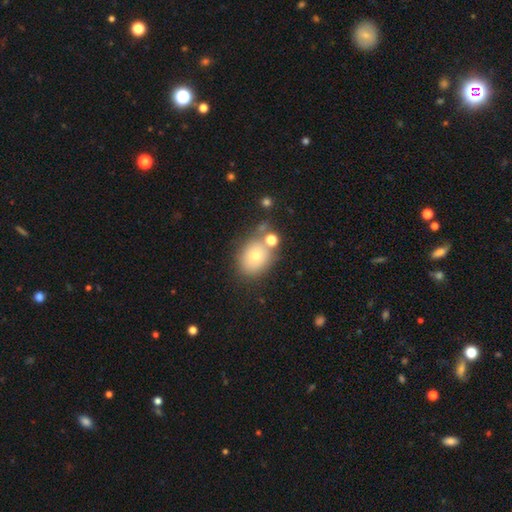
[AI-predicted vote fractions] Smooth or featured? smooth (72%)
How rounded? in between (51%)
Merging? none (59%)